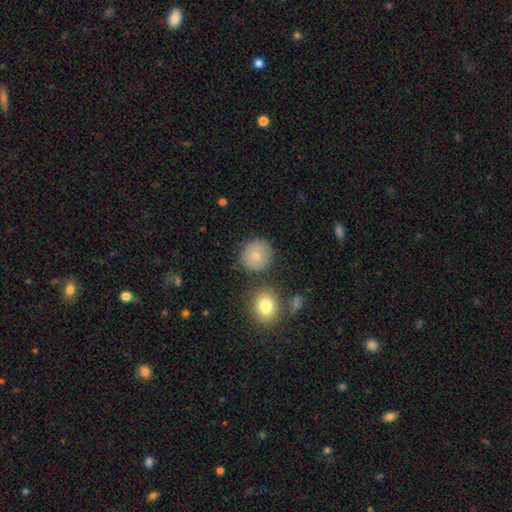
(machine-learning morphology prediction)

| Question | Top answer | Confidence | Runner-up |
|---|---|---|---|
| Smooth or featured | smooth | 79% | featured or disk (11%) |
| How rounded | round | 92% | in between (7%) |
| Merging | none | 80% | minor disturbance (10%) |